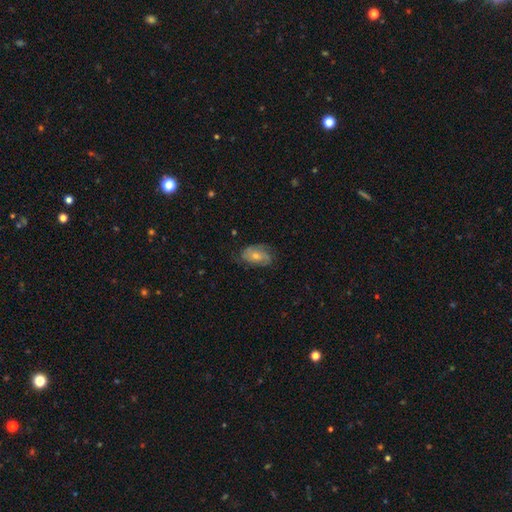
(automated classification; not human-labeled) Smooth or featured? Predicted: featured or disk (p=0.58). Edge-on disk? Predicted: no (p=0.94). Bar? Predicted: no (p=0.73). Spiral arms? Predicted: yes (p=0.83). Bulge size? Predicted: moderate (p=0.50). Merging? Predicted: none (p=0.70).